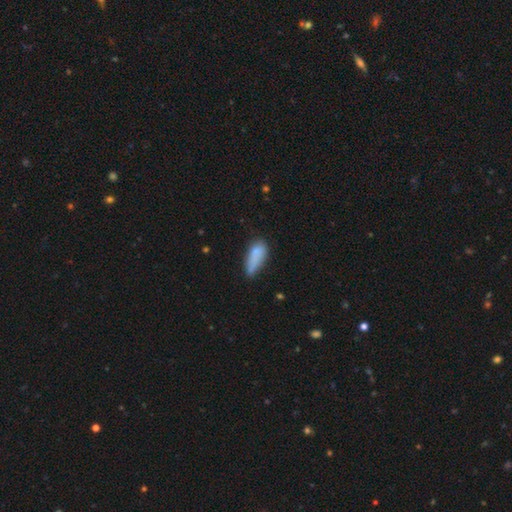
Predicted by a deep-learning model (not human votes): Smooth or featured? Predicted: smooth (p=0.78). How rounded? Predicted: in between (p=0.66). Merging? Predicted: none (p=0.43).